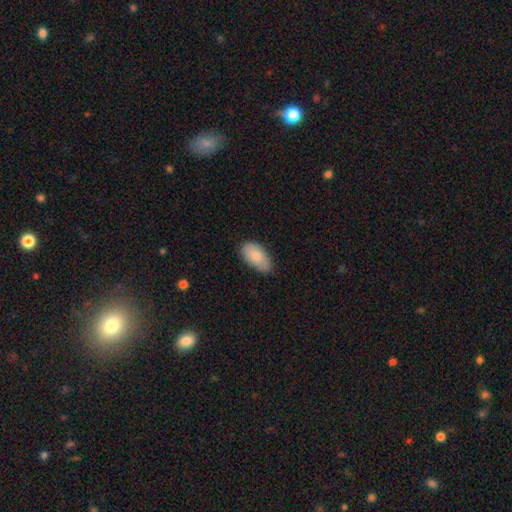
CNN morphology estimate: Smooth or featured? Predicted: smooth (p=0.83). How rounded? Predicted: in between (p=0.95). Merging? Predicted: none (p=0.78).